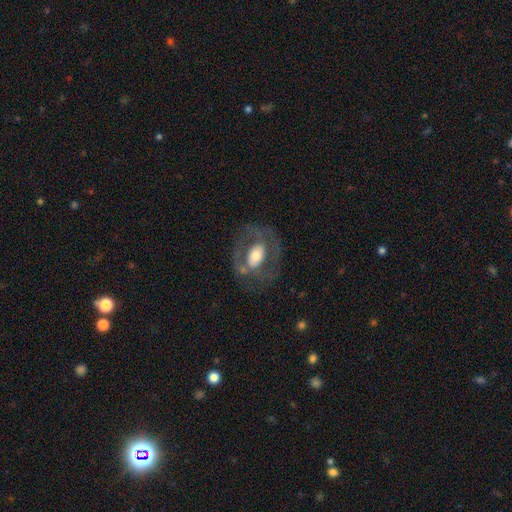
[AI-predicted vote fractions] Smooth or featured? Predicted: featured or disk (p=0.55). Edge-on disk? Predicted: no (p=0.93). Bar? Predicted: no (p=0.60). Spiral arms? Predicted: no (p=0.69). Bulge size? Predicted: moderate (p=0.50). Merging? Predicted: none (p=0.60).